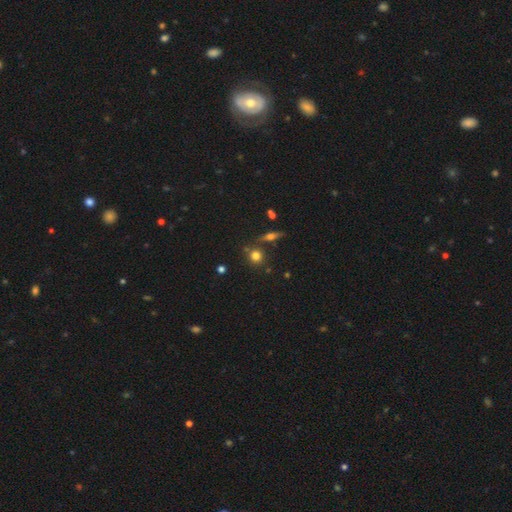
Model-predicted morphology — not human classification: Q: Smooth or featured?
A: smooth (74%); runner-up: star or artifact (14%)
Q: How rounded?
A: round (88%); runner-up: in between (10%)
Q: Merging?
A: none (74%); runner-up: merger (13%)